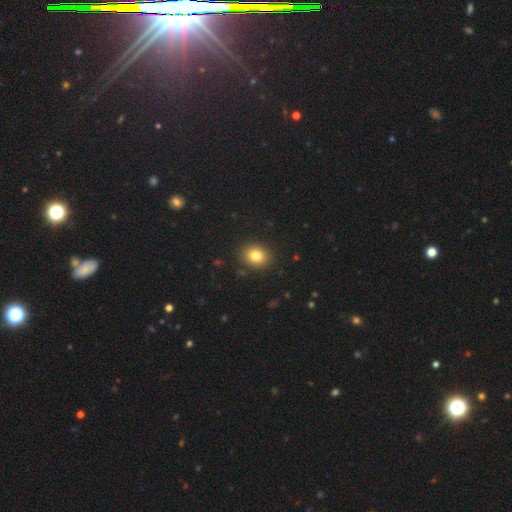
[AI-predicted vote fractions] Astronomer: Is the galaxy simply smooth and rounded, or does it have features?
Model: smooth — 81%.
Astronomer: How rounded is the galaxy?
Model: round — 60% (runner-up: in between, 39%).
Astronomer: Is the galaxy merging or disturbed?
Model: none — 89%.